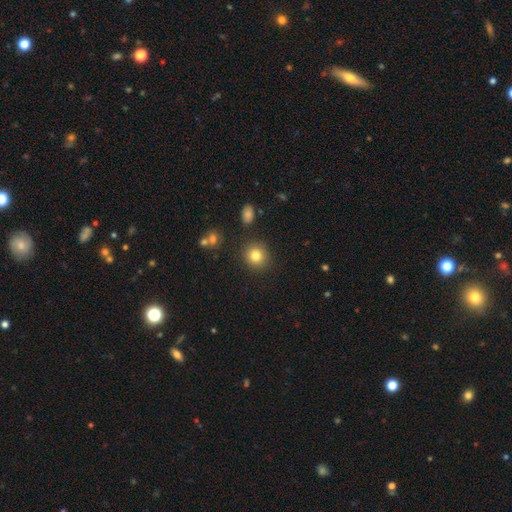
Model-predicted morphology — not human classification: smooth-or-featured: smooth: 81% | star or artifact: 11% | featured or disk: 7%
  how-rounded: round: 89% | in between: 10% | cigar-shaped: 1%
  merging: none: 88% | minor disturbance: 7% | merger: 3% | major disturbance: 3%